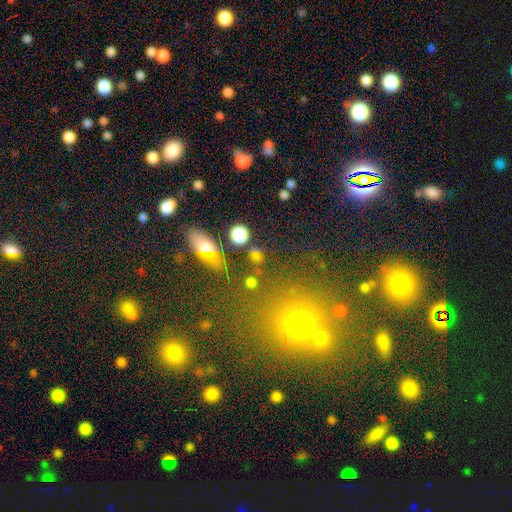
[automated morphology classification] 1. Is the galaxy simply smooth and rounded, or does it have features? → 69% smooth, 23% star or artifact, 9% featured or disk.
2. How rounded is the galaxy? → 82% round, 15% in between, 4% cigar-shaped.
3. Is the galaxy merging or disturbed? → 78% none, 9% minor disturbance, 8% merger, 5% major disturbance.